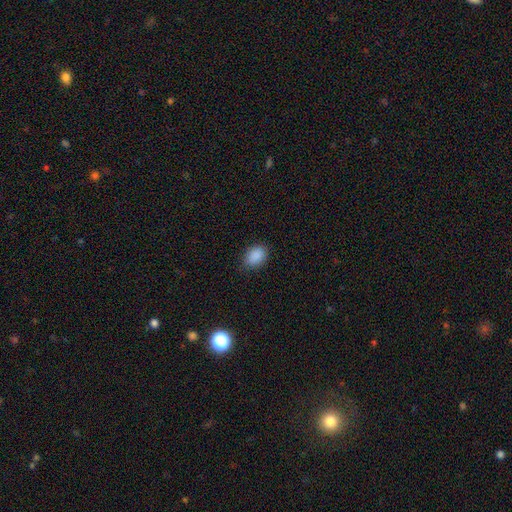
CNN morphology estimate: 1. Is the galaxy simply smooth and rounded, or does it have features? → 89% smooth, 8% star or artifact, 3% featured or disk.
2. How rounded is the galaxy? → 77% in between, 22% round, 1% cigar-shaped.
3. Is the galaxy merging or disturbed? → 78% none, 18% minor disturbance, 3% major disturbance, 1% merger.